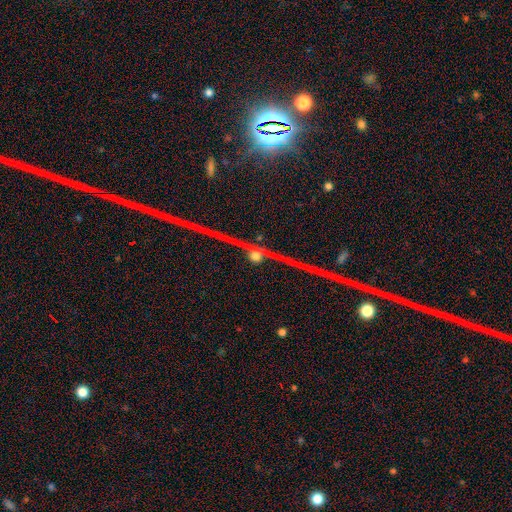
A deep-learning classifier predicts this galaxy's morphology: Smooth or featured? Predicted: star or artifact (p=0.50).